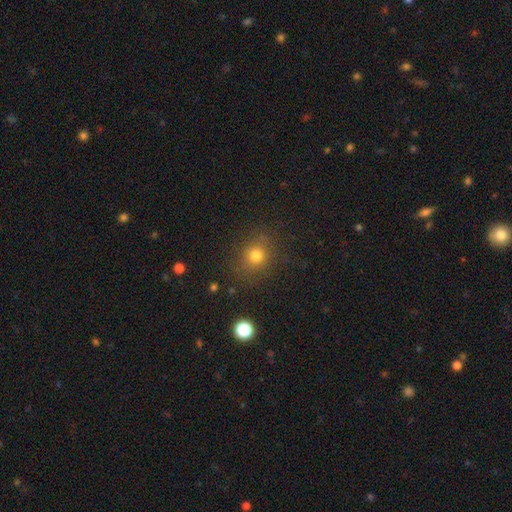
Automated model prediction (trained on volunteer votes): Overall: smooth (76%). How rounded: round (77%). Merging: none (83%).